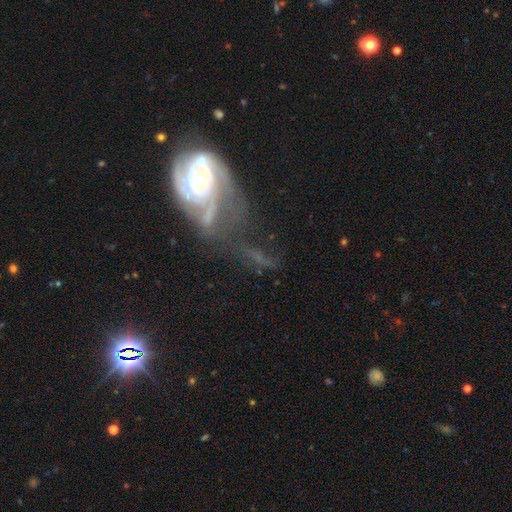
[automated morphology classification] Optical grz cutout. It shows a featured or disk galaxy (78%) with no bar (61%), 2 (34%) tight (48%) spiral arms (85%) and a moderate central bulge (54%). Merging: major disturbance (37%).